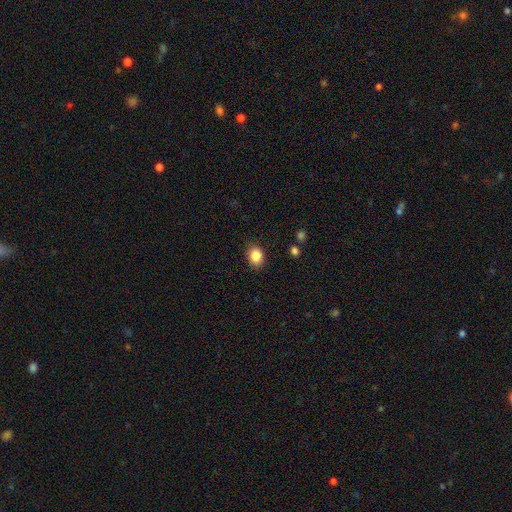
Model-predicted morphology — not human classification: Smooth or featured?
  - smooth: 86% *
  - star or artifact: 9%
  - featured or disk: 5%
How rounded?
  - in between: 63% *
  - round: 36%
  - cigar-shaped: 1%
Merging?
  - none: 86% *
  - minor disturbance: 10%
  - major disturbance: 2%
  - merger: 1%